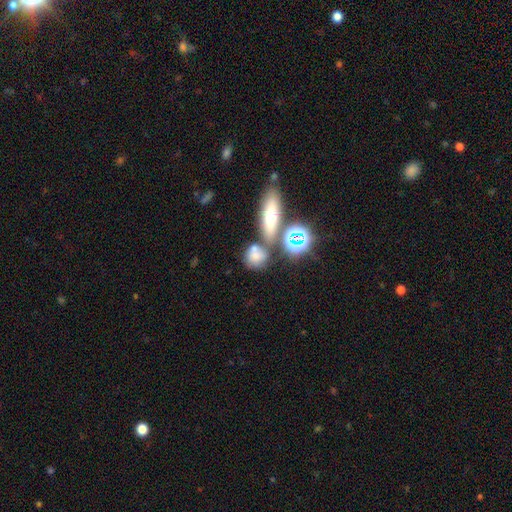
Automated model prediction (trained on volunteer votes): Q: Smooth or featured?
A: smooth (67%); runner-up: star or artifact (19%)
Q: How rounded?
A: round (61%); runner-up: in between (33%)
Q: Merging?
A: none (49%); runner-up: merger (30%)